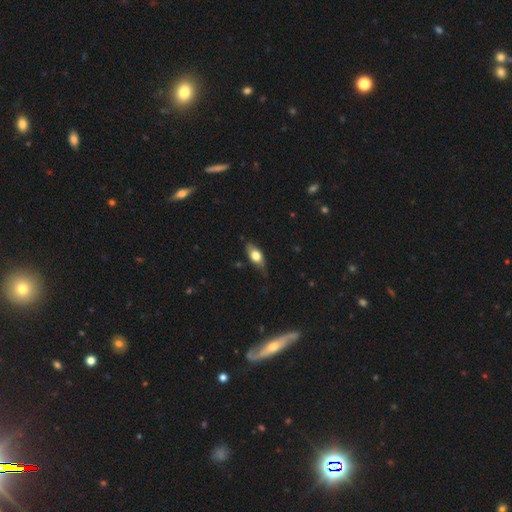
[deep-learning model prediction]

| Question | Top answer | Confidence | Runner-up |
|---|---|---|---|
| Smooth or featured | smooth | 66% | featured or disk (27%) |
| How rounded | in between | 81% | cigar-shaped (13%) |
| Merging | none | 66% | minor disturbance (27%) |